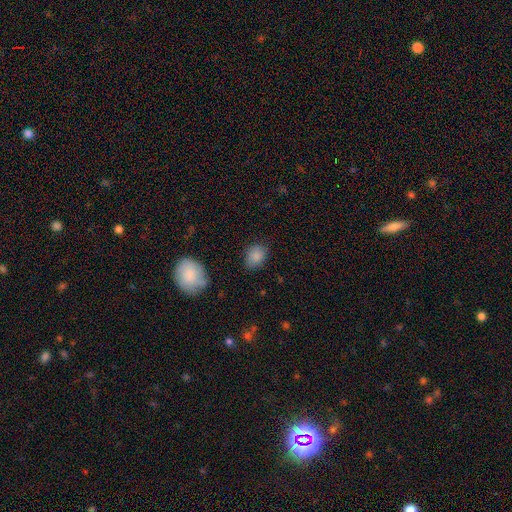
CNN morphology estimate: This appears to be a smooth galaxy with no disk features (85%) that is in between round and cigar-shaped (61%). Merging: none (75%).